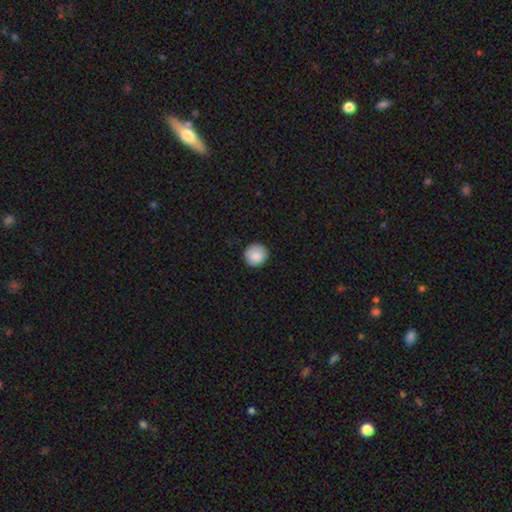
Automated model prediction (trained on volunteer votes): A smooth galaxy with no disk features (87%) that is round (93%).

Vote fractions:
- Smooth or featured? smooth: 87% / star or artifact: 8% / featured or disk: 6%
- How rounded? round: 93% / in between: 6% / cigar-shaped: 1%
- Merging? none: 89% / minor disturbance: 8% / major disturbance: 2% / merger: 1%